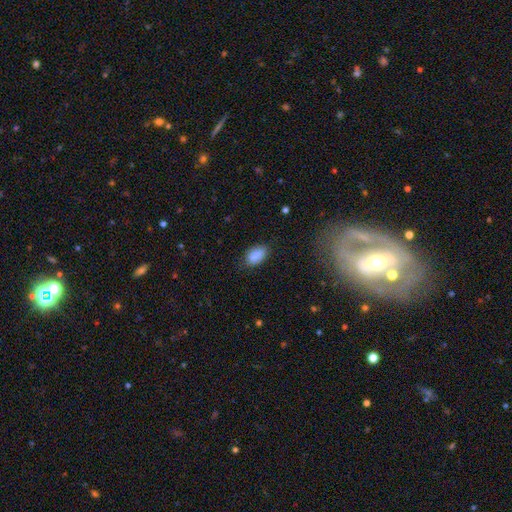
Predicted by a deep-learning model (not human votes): smooth-or-featured: smooth: 88% | star or artifact: 8% | featured or disk: 4%
  how-rounded: in between: 92% | round: 6% | cigar-shaped: 2%
  merging: none: 78% | minor disturbance: 17% | major disturbance: 4% | merger: 1%